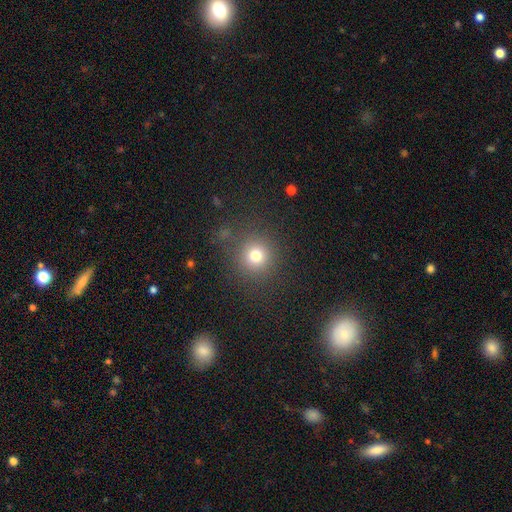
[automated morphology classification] A smooth galaxy with no disk features (76%) that is round (93%).

Vote fractions:
- Smooth or featured? smooth: 76% / star or artifact: 16% / featured or disk: 8%
- How rounded? round: 93% / in between: 6% / cigar-shaped: 1%
- Merging? none: 84% / minor disturbance: 9% / major disturbance: 5% / merger: 2%